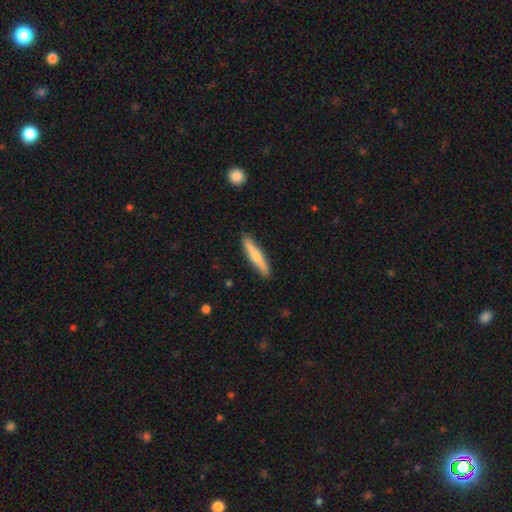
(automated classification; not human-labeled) smooth-or-featured: smooth: 64% | featured or disk: 31% | star or artifact: 5%
  how-rounded: cigar-shaped: 91% | in between: 8% | round: 1%
  merging: none: 90% | minor disturbance: 8% | major disturbance: 2% | merger: 1%